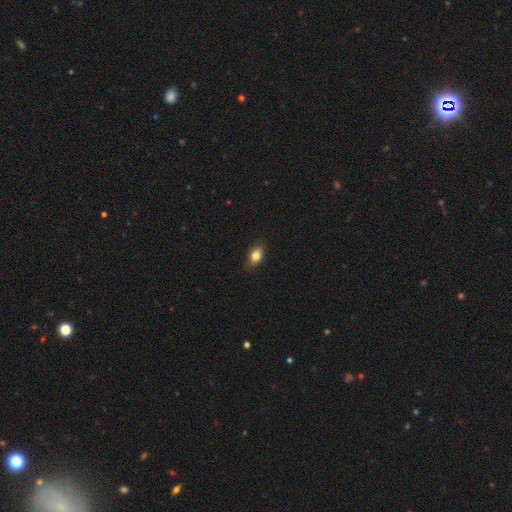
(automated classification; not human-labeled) This is clearly a smooth galaxy (81%). How rounded: clearly in between (82%). Merging: clearly none (83%).